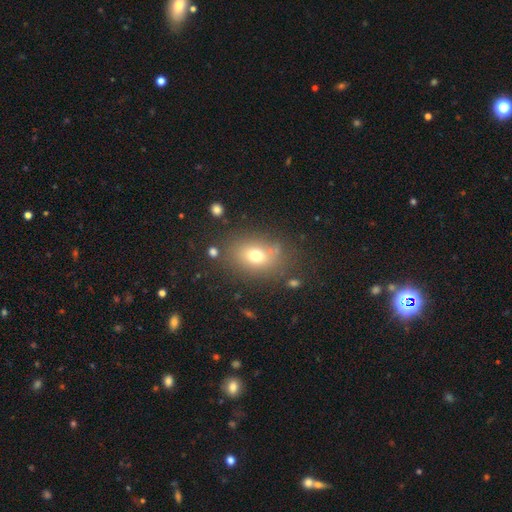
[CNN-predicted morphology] Smooth or featured? Predicted: smooth (p=0.70). How rounded? Predicted: in between (p=0.63). Merging? Predicted: none (p=0.77).